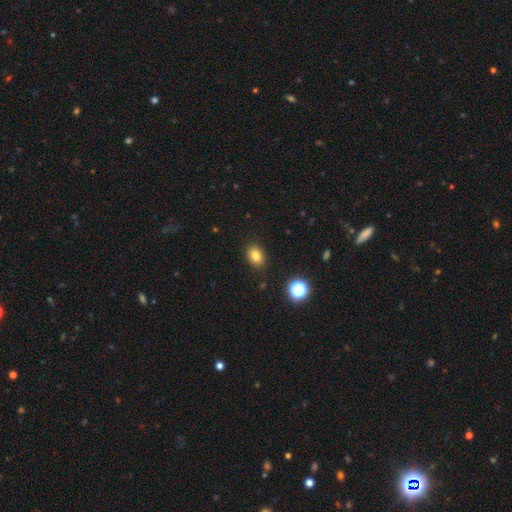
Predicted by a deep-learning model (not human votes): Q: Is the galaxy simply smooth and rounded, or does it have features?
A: smooth — 81%.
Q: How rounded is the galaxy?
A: in between — 74%.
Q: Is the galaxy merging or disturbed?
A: none — 88%.